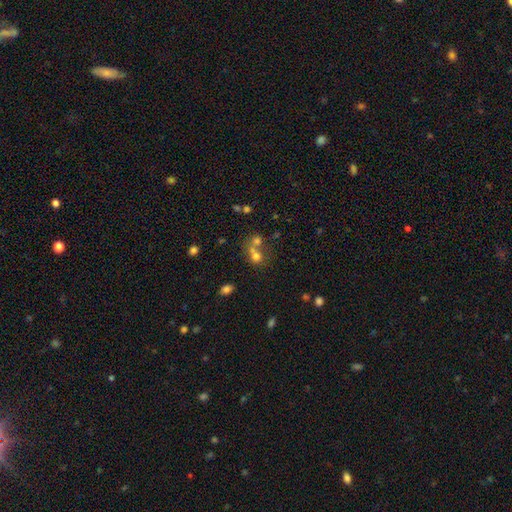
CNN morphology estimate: This is likely a smooth galaxy (65%). How rounded: likely round (74%). Merging: possibly merger (56%).